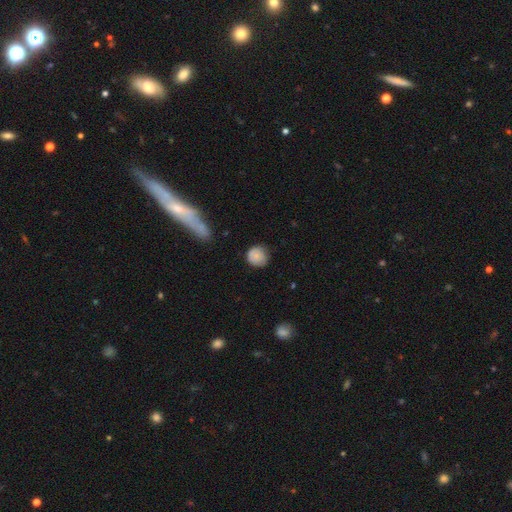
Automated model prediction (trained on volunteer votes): A smooth galaxy with no disk features (81%) that is round (88%). Merging: none (70%).